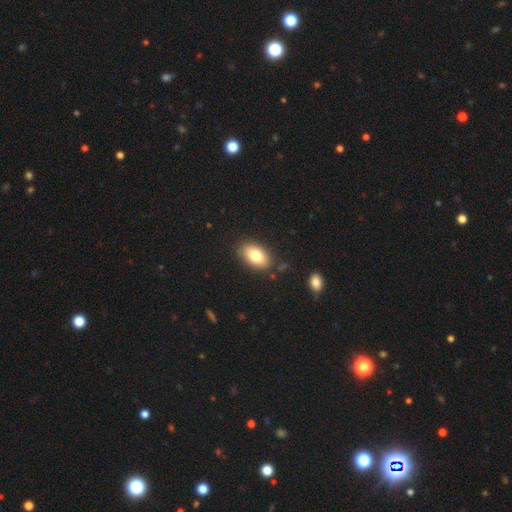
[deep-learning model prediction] Smooth or featured? smooth (80%)
How rounded? in between (91%)
Merging? none (84%)